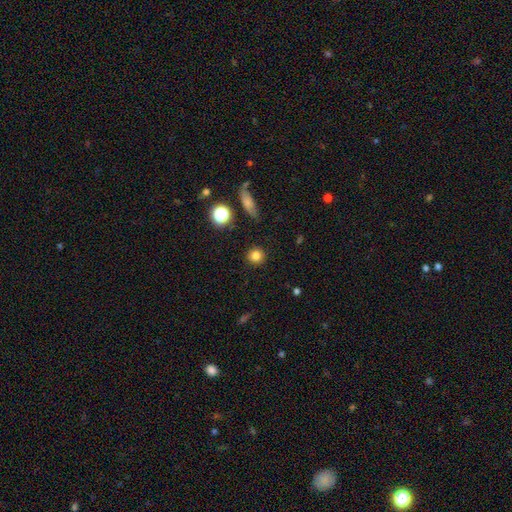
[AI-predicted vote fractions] A smooth galaxy with no disk features (81%) that is round (92%).

Vote fractions:
- Smooth or featured? smooth: 81% / star or artifact: 13% / featured or disk: 6%
- How rounded? round: 92% / in between: 7% / cigar-shaped: 1%
- Merging? none: 90% / minor disturbance: 7% / major disturbance: 2% / merger: 1%